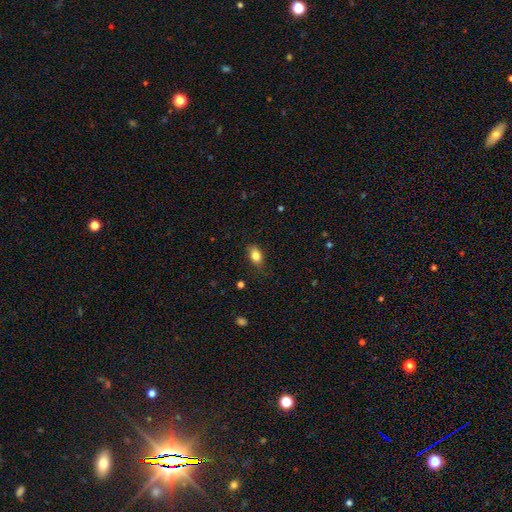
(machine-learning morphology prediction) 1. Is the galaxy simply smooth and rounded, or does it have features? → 82% smooth, 9% featured or disk, 9% star or artifact.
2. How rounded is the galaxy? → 83% in between, 12% round, 4% cigar-shaped.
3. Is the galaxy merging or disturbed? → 78% none, 17% minor disturbance, 3% major disturbance, 1% merger.